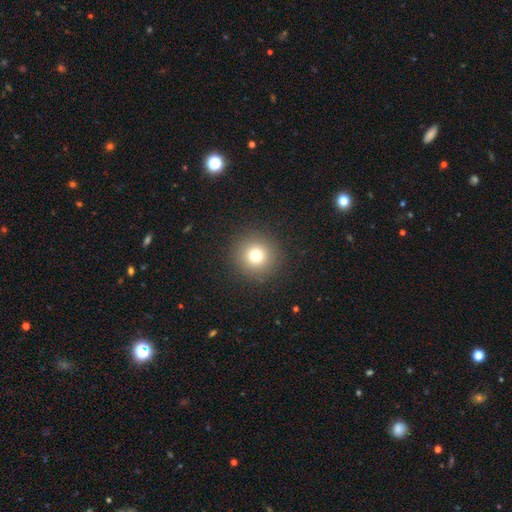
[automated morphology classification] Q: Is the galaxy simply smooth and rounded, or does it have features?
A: smooth — 76%.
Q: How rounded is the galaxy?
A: round — 95%.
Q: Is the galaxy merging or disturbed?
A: none — 91%.